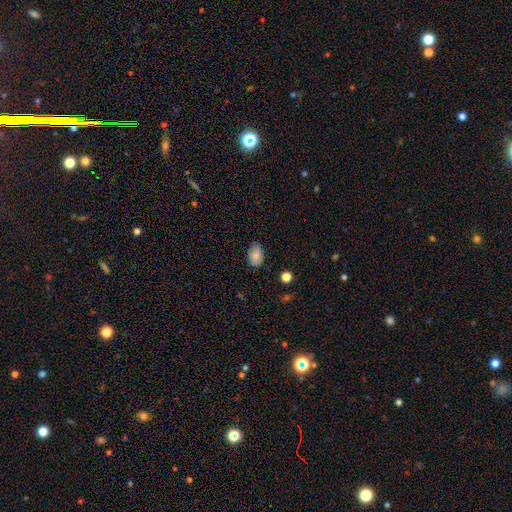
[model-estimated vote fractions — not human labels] This is clearly a smooth galaxy (83%). How rounded: clearly in between (85%). Merging: likely none (78%).